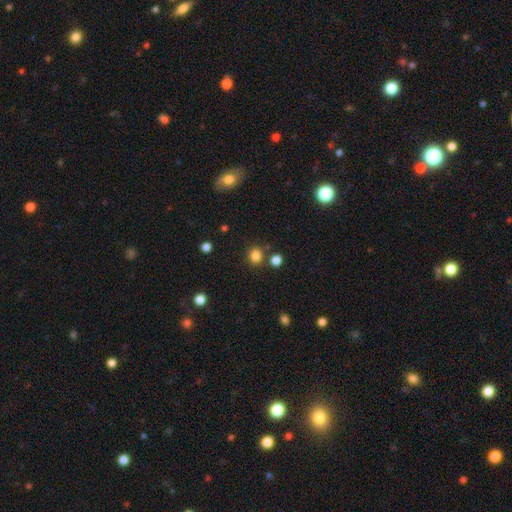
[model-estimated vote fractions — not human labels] Morphology: type=smooth (83%); roundness=round (74%); merging=none (80%).